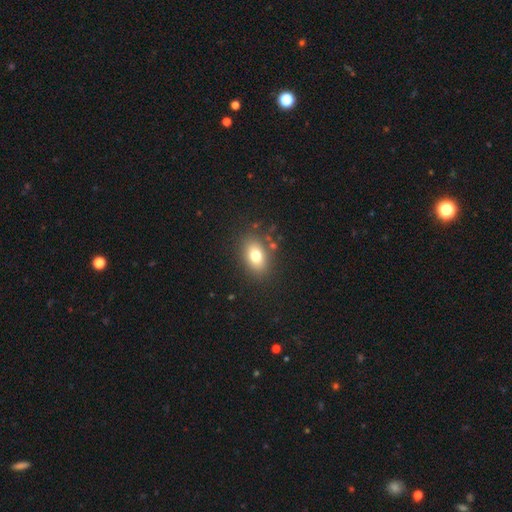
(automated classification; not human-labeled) A smooth galaxy with no disk features (76%) that is in between round and cigar-shaped (79%). Merging: none (83%).